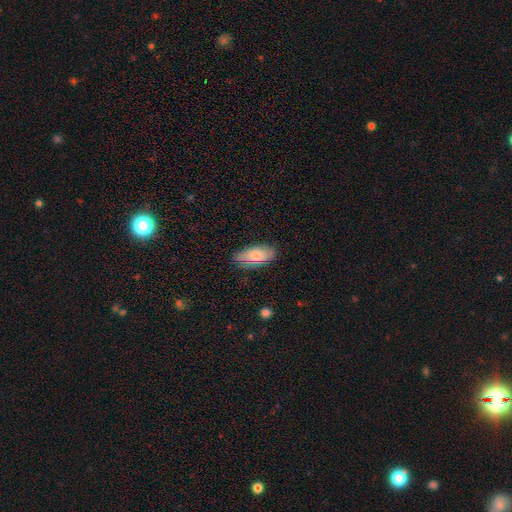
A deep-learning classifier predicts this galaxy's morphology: Smooth or featured: smooth — 80% (featured or disk — 13%)
How rounded: in between — 86% (cigar-shaped — 12%)
Merging: none — 79% (minor disturbance — 17%)